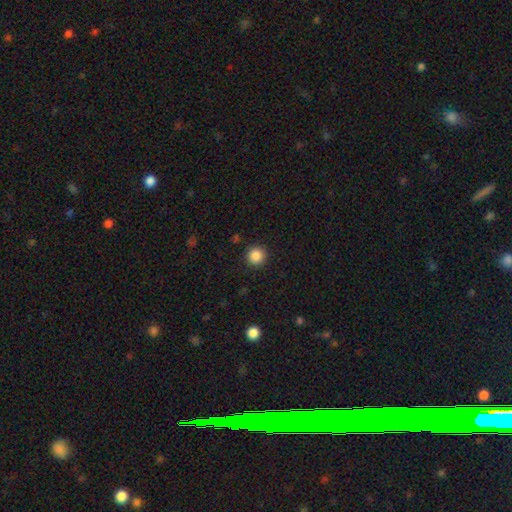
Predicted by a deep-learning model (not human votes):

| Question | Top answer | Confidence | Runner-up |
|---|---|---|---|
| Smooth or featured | smooth | 87% | star or artifact (10%) |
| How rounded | round | 95% | in between (4%) |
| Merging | none | 92% | minor disturbance (5%) |